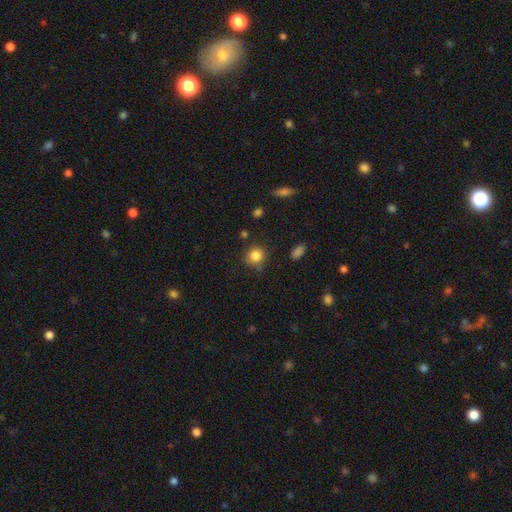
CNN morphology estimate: smooth 84%, star or artifact 11%, featured or disk 5%. Down the decision tree: how rounded — round (84%); merging — none (73%).